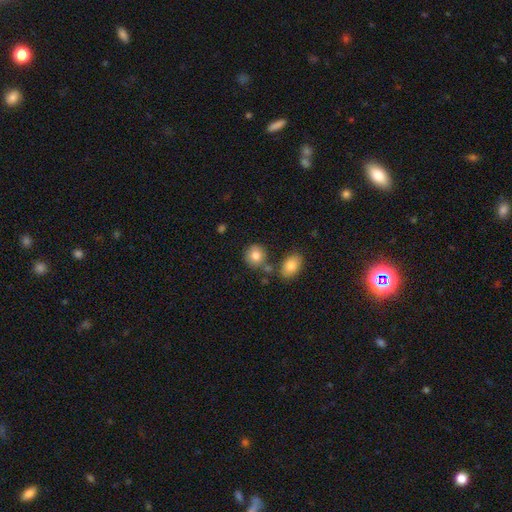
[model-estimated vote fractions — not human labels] Overall: smooth (82%). How rounded: round (79%). Merging: none (71%).